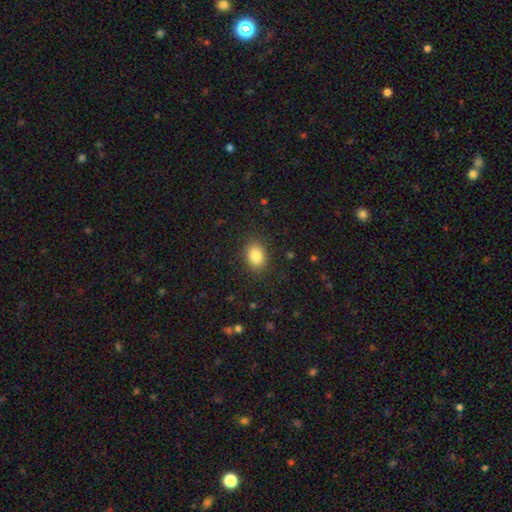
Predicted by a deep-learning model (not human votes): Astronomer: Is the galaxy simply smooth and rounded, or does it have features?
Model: smooth — 86%.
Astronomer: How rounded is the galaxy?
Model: in between — 71%.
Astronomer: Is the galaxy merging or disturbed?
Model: none — 86%.